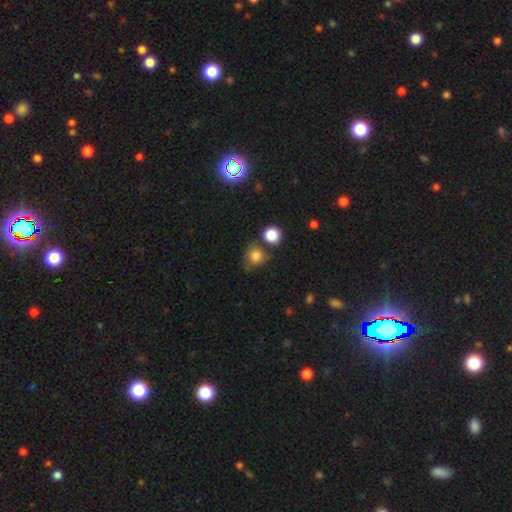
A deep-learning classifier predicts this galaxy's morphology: type=smooth (78%); roundness=round (81%); merging=none (58%).